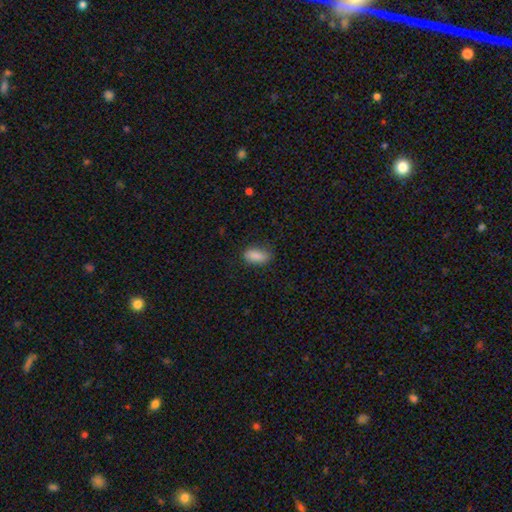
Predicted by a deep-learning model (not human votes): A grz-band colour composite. It shows a smooth galaxy with no disk features (88%) that is in between round and cigar-shaped (90%). Merging: none (73%).